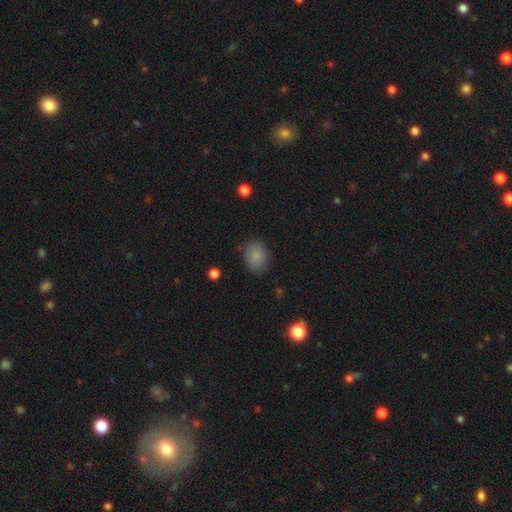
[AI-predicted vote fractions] A smooth galaxy with no disk features (84%) that is in between round and cigar-shaped (58%). Merging: none (80%).